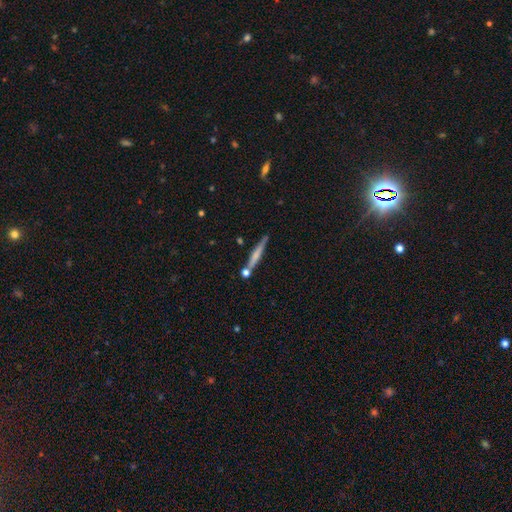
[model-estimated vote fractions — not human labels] smooth 52%, featured or disk 42%, star or artifact 6%. Down the decision tree: how rounded — cigar-shaped (94%); merging — none (73%).